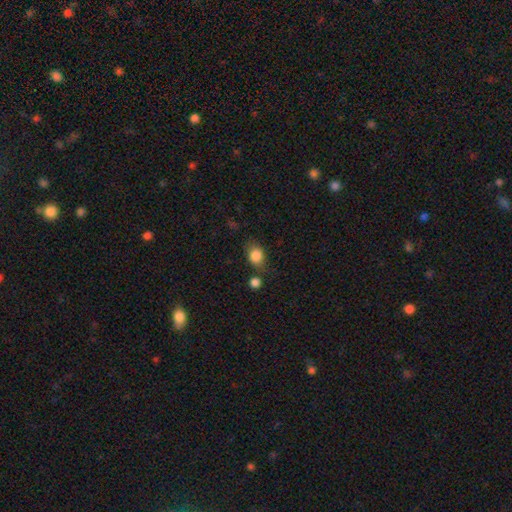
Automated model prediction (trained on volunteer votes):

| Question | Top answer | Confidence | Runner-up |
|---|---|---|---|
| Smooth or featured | smooth | 84% | star or artifact (9%) |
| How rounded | in between | 57% | round (42%) |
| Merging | none | 62% | minor disturbance (19%) |